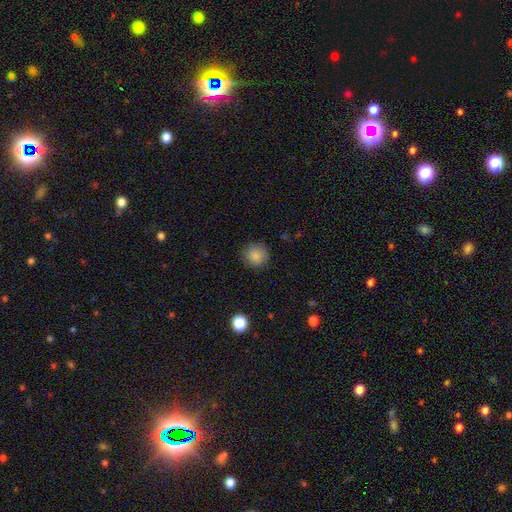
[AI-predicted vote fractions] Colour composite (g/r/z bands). It shows a smooth galaxy with no disk features (86%) that is round (93%). Merging: none (87%).